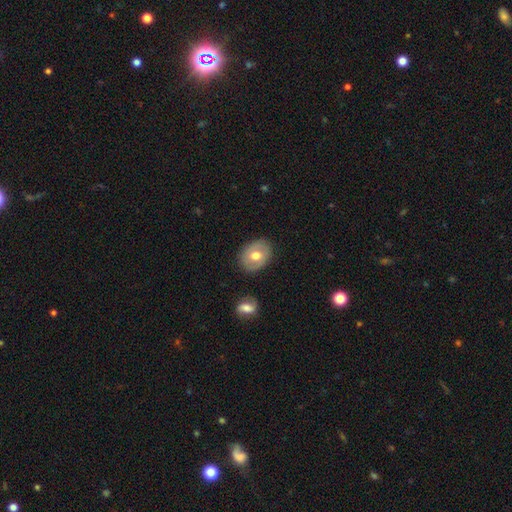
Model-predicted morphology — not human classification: Smooth or featured? smooth (58%)
How rounded? in between (58%)
Merging? none (84%)